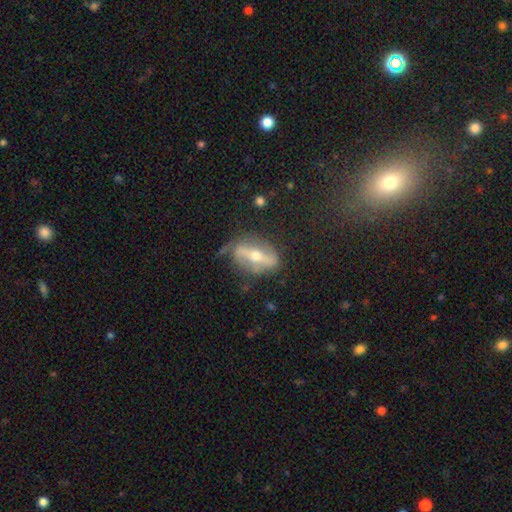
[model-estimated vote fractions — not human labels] The model was most divided on "edge-on disk": no: 68%, yes: 32%. More confident: smooth or featured — featured or disk (71%); merging — none (65%).